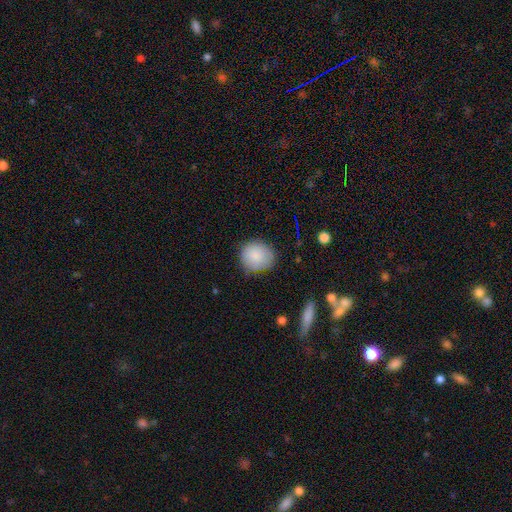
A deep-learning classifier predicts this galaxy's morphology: Smooth or featured: smooth — 85% (star or artifact — 8%)
How rounded: round — 84% (in between — 15%)
Merging: none — 72% (minor disturbance — 22%)